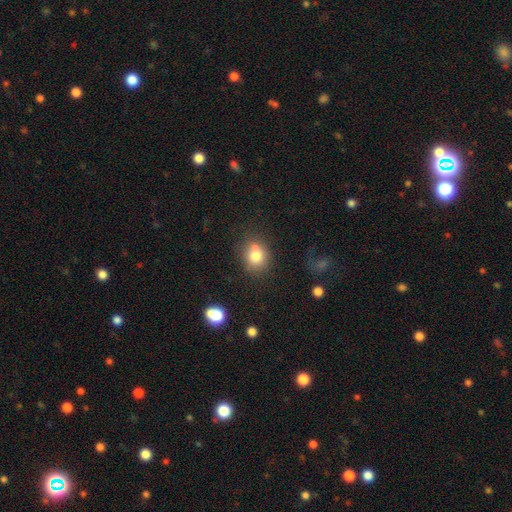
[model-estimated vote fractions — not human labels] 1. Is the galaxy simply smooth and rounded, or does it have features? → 76% smooth, 13% featured or disk, 11% star or artifact.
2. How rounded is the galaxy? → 69% round, 30% in between, 1% cigar-shaped.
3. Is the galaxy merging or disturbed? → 55% none, 24% merger, 16% minor disturbance, 5% major disturbance.